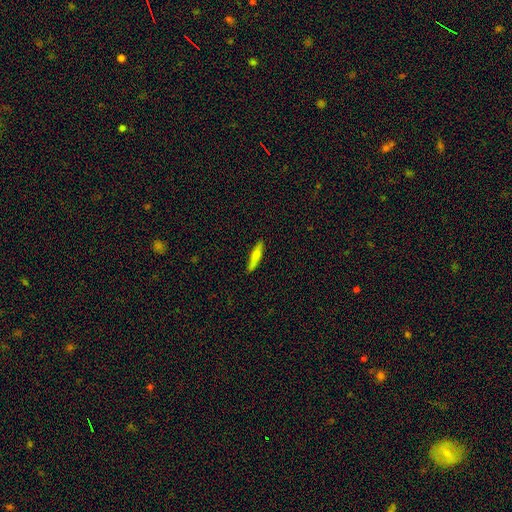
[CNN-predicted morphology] smooth_or_featured: smooth (p=0.71) [alt: featured or disk p=0.23]
how_rounded: cigar-shaped (p=0.85) [alt: in between p=0.13]
merging: none (p=0.86) [alt: minor disturbance p=0.11]